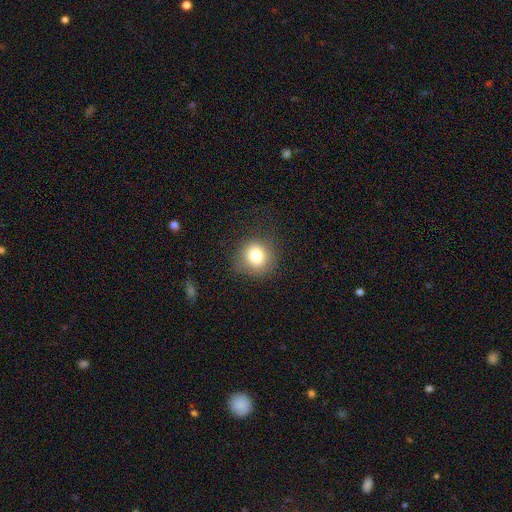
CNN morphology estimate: Overall: smooth (80%). How rounded: round (87%). Merging: none (77%).